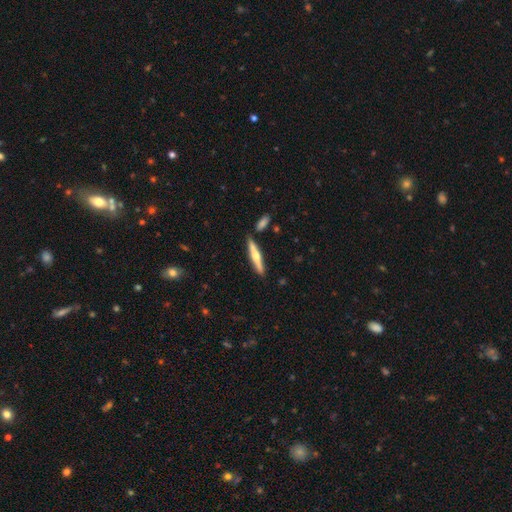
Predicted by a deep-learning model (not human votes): A featured or disk galaxy (55%) viewed edge-on (96%) with a rounded central bulge (88%).

Vote fractions:
- Smooth or featured? featured or disk: 55% / smooth: 40% / star or artifact: 6%
- Edge-on disk? yes: 96% / no: 4%
- Edge-on bulge? rounded: 88% / none: 8% / boxy: 5%
- Merging? none: 85% / minor disturbance: 9% / merger: 4% / major disturbance: 2%